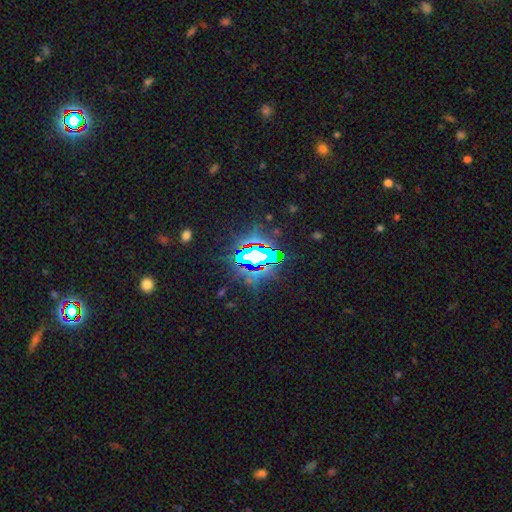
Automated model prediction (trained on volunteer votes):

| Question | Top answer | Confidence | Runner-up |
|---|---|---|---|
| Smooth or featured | star or artifact | 76% | featured or disk (12%) |